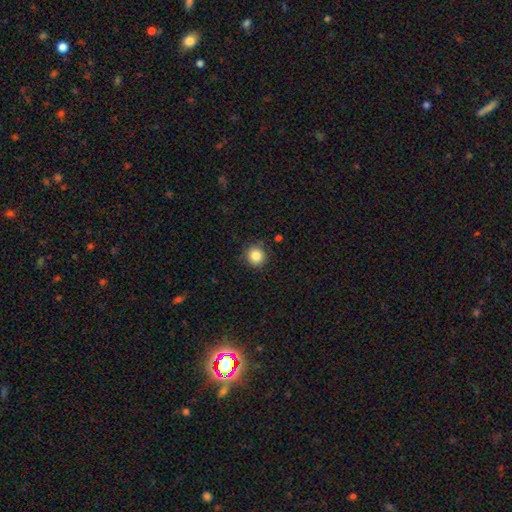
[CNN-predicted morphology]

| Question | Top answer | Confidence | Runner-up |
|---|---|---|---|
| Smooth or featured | smooth | 85% | star or artifact (10%) |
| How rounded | round | 91% | in between (8%) |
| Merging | none | 87% | minor disturbance (9%) |